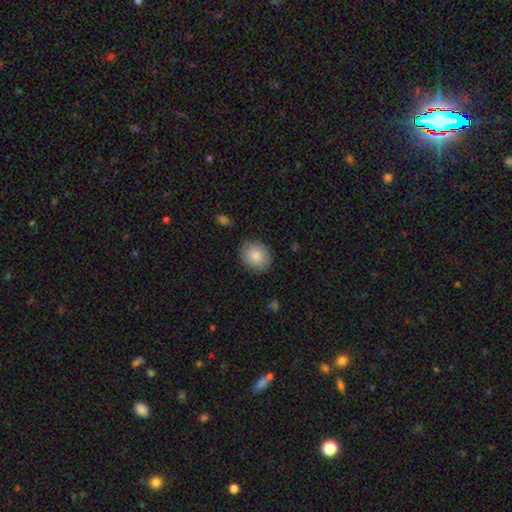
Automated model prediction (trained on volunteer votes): A smooth galaxy with no disk features (84%) that is round (71%).

Vote fractions:
- Smooth or featured? smooth: 84% / featured or disk: 8% / star or artifact: 7%
- How rounded? round: 71% / in between: 28% / cigar-shaped: 1%
- Merging? none: 86% / minor disturbance: 10% / major disturbance: 3% / merger: 1%